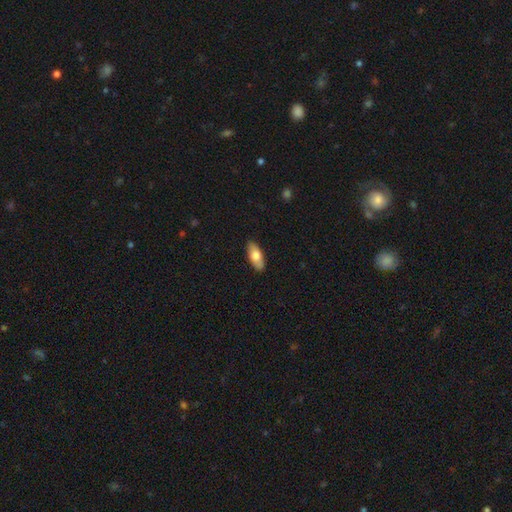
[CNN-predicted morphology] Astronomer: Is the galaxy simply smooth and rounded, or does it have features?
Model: smooth — 75%.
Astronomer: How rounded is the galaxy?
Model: in between — 80%.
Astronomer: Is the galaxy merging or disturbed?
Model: none — 87%.